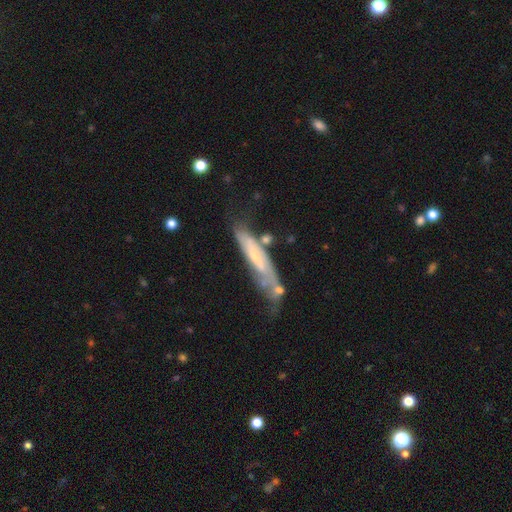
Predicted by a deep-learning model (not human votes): smooth_or_featured: featured or disk (p=0.60) [alt: smooth p=0.34]
disk_edge_on: no (p=0.56) [alt: yes p=0.44]
merging: none (p=0.41) [alt: minor disturbance p=0.28]